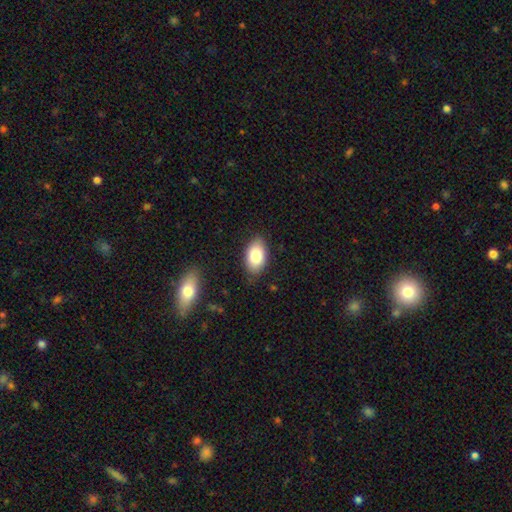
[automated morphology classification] type=smooth (83%); roundness=in between (93%); merging=none (83%).